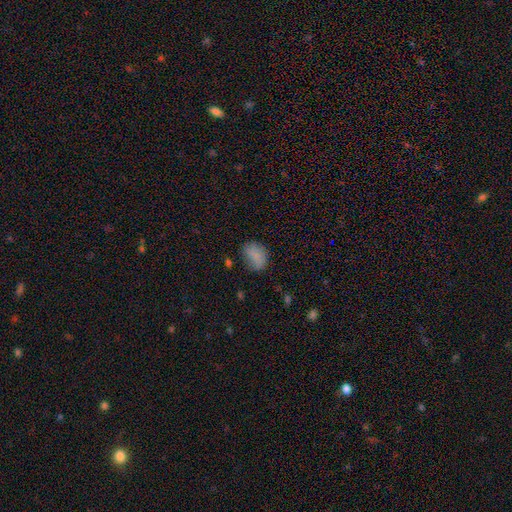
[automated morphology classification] smooth-or-featured: smooth: 80% | featured or disk: 10% | star or artifact: 10%
  how-rounded: in between: 68% | round: 30% | cigar-shaped: 1%
  merging: none: 63% | minor disturbance: 26% | major disturbance: 9% | merger: 3%